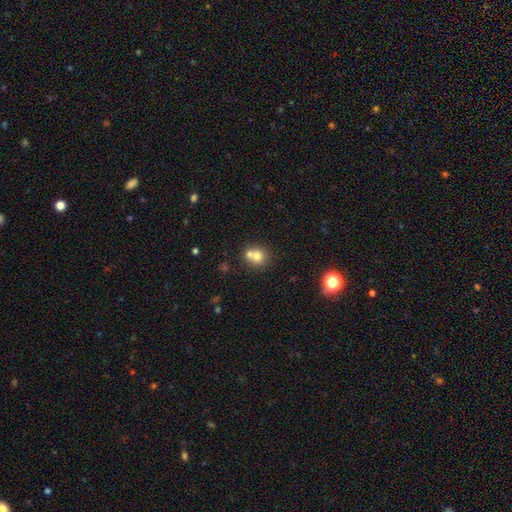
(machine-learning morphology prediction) This appears to be a smooth galaxy with no disk features (71%) that is round (82%). Merging: merger (50%).